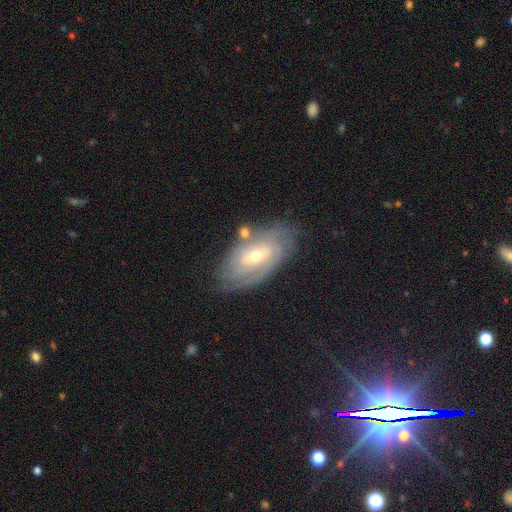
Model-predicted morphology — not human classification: featured or disk 75%, smooth 17%, star or artifact 7%. Down the decision tree: edge-on disk — no (93%); bar — no (54%); spiral arms — yes (86%); spiral arm count — can't tell (52%); spiral winding — tight (71%); bulge size — moderate (49%); merging — none (72%).